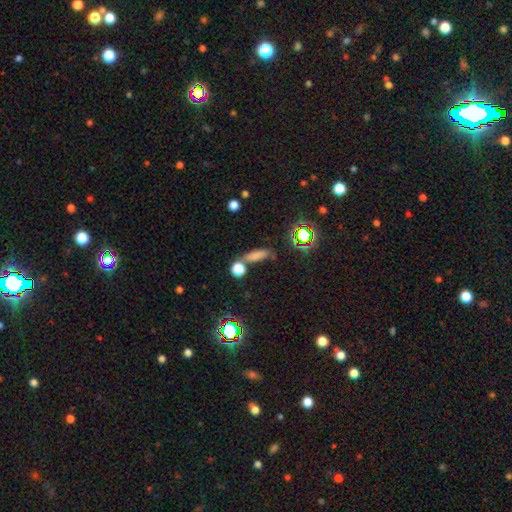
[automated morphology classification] Overall: smooth (69%). How rounded: cigar-shaped (56%; in between 34%). Merging: none (61%).